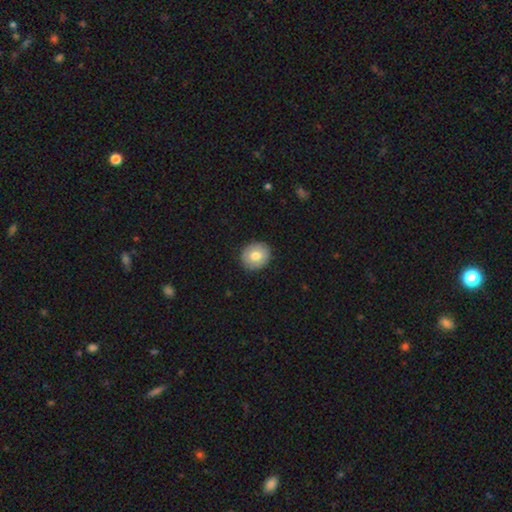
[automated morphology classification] Smooth or featured: smooth — 75% (featured or disk — 17%)
How rounded: round — 78% (in between — 21%)
Merging: none — 89% (minor disturbance — 8%)